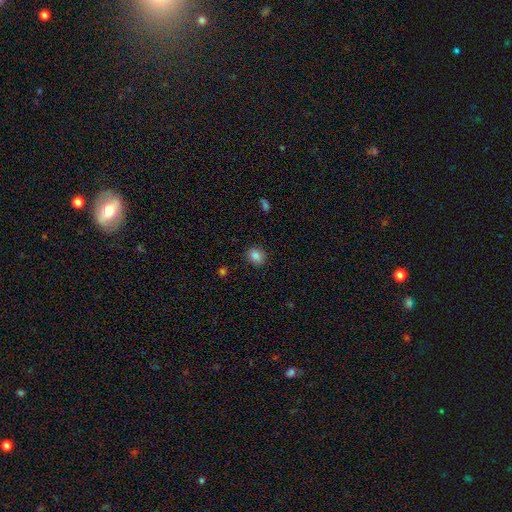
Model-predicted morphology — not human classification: smooth_or_featured: smooth (p=0.86) [alt: star or artifact p=0.10]
how_rounded: round (p=0.58) [alt: in between p=0.41]
merging: none (p=0.87) [alt: minor disturbance p=0.09]